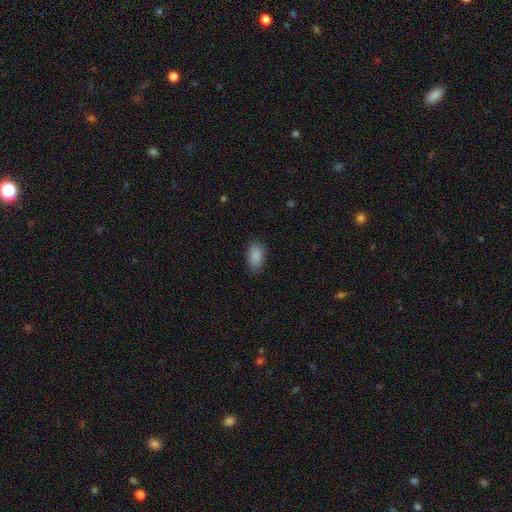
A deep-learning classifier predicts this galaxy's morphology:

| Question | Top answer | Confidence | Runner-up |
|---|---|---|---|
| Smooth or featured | smooth | 89% | star or artifact (7%) |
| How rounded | in between | 92% | round (6%) |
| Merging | none | 83% | minor disturbance (13%) |